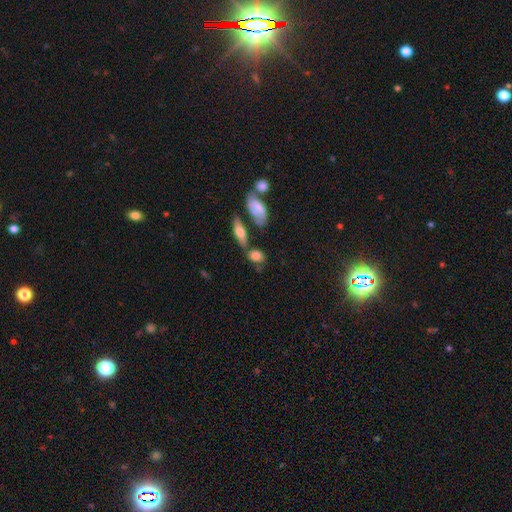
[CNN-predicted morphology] type=smooth (75%); roundness=in between (65%); merging=none (52%).